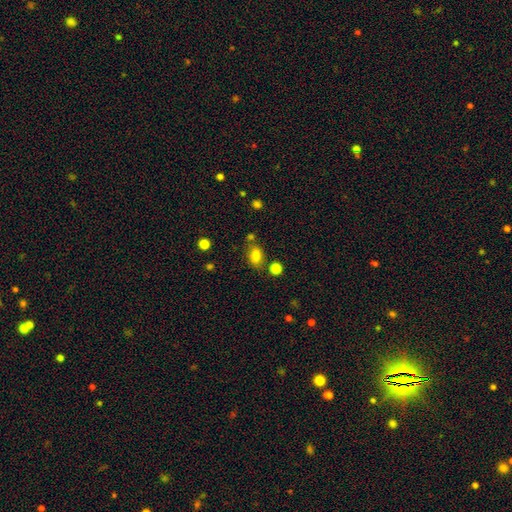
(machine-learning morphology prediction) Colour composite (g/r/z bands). It shows a smooth galaxy with no disk features (82%) that is in between round and cigar-shaped (77%). Merging: none (69%).